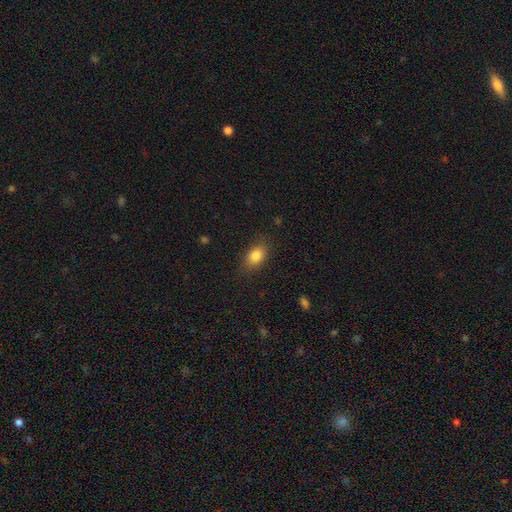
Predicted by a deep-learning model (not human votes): Smooth or featured? Predicted: smooth (p=0.85). How rounded? Predicted: in between (p=0.82). Merging? Predicted: none (p=0.84).